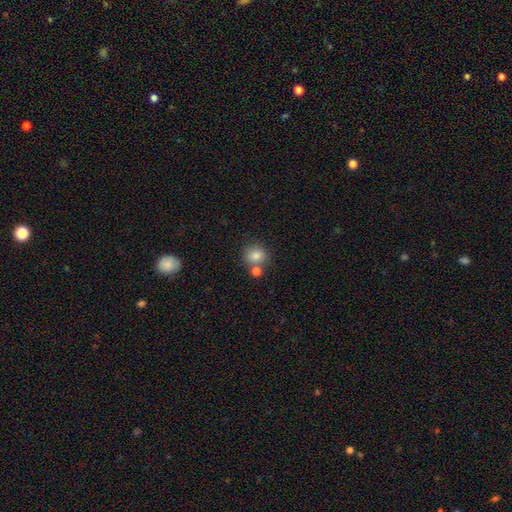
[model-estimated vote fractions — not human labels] This appears to be a smooth galaxy with no disk features (82%) that is round (82%). Merging: none (64%).